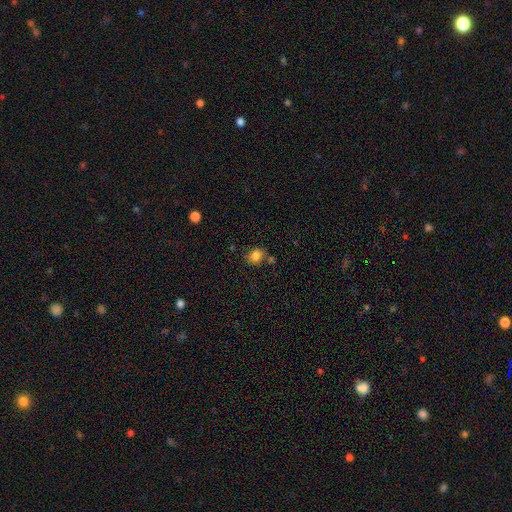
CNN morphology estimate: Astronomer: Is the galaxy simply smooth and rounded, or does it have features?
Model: smooth — 83%.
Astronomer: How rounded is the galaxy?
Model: round — 63%.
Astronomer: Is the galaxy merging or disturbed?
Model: none — 67%.